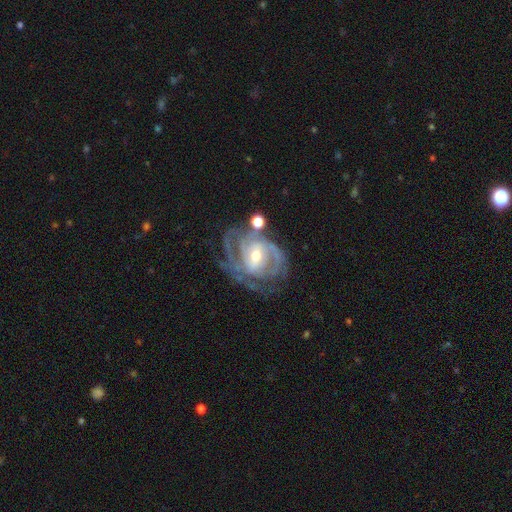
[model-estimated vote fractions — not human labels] Q: Smooth or featured?
A: featured or disk (88%); runner-up: smooth (6%)
Q: Edge-on disk?
A: no (97%); runner-up: yes (3%)
Q: Bar?
A: weak (49%); runner-up: no (26%)
Q: Spiral arms?
A: yes (95%); runner-up: no (5%)
Q: Spiral winding?
A: tight (57%); runner-up: medium (35%)
Q: Spiral arm count?
A: 2 (29%); runner-up: can't tell (27%)
Q: Bulge size?
A: moderate (53%); runner-up: small (41%)
Q: Merging?
A: none (55%); runner-up: minor disturbance (20%)